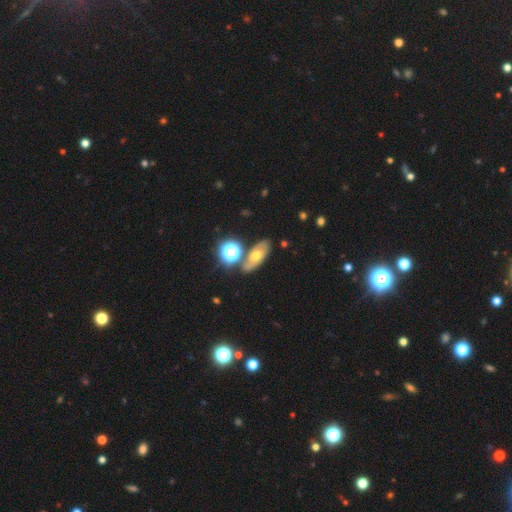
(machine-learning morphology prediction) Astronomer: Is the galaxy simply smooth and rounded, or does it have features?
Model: featured or disk — 41%, tied with smooth at 41%.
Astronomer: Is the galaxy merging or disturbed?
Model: none — 72%.